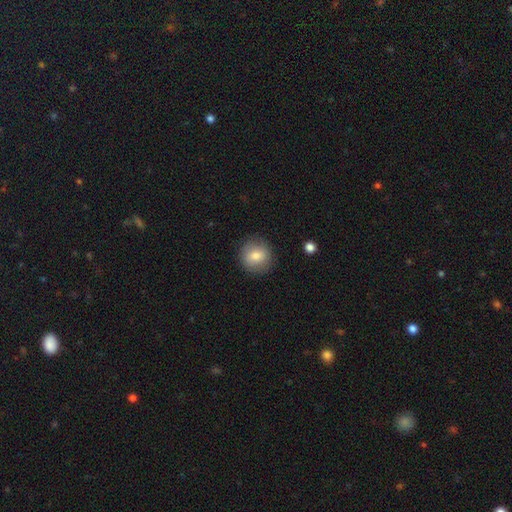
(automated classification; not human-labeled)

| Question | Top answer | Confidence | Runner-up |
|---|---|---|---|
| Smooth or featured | smooth | 79% | featured or disk (13%) |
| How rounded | round | 89% | in between (10%) |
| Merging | none | 87% | minor disturbance (9%) |